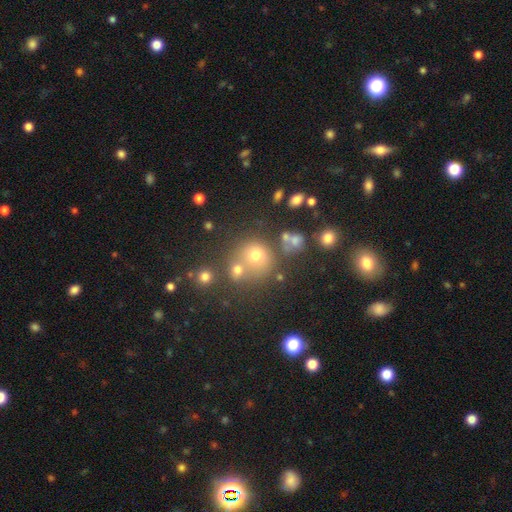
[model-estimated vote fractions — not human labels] The model was most divided on "merging": none: 58%, merger: 26%, minor disturbance: 11%, major disturbance: 5%. More confident: how rounded — round (85%); smooth or featured — smooth (65%).